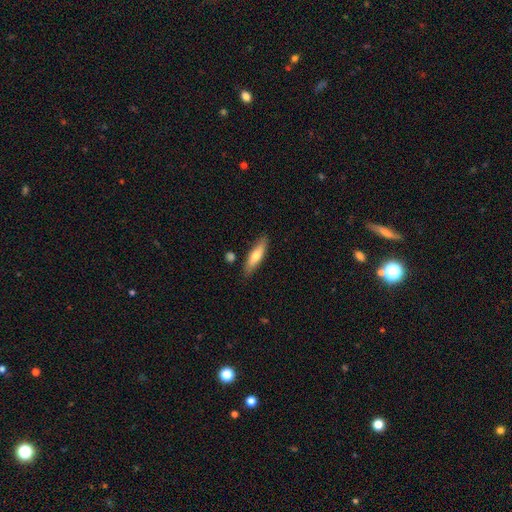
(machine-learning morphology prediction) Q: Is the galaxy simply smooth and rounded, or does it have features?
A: smooth — 64%.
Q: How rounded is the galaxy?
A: cigar-shaped — 67%.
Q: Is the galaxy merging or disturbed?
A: none — 83%.